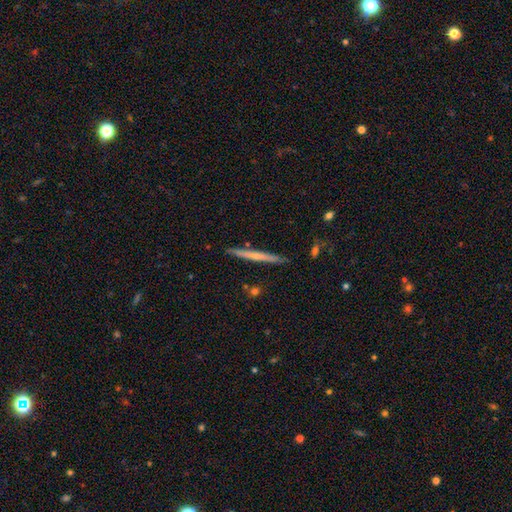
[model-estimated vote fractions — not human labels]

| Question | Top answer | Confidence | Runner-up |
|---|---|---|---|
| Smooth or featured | featured or disk | 51% | smooth (43%) |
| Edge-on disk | yes | 97% | no (3%) |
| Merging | none | 89% | minor disturbance (7%) |